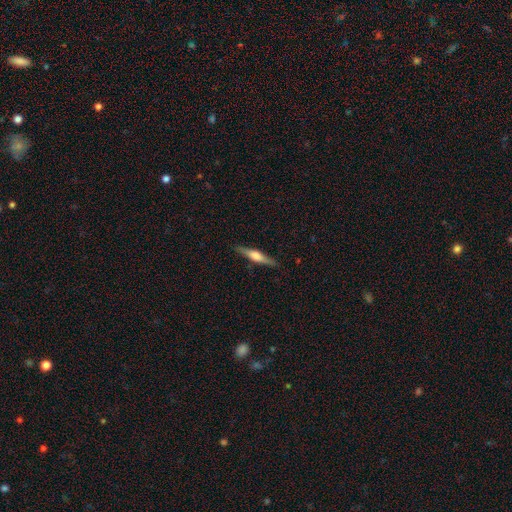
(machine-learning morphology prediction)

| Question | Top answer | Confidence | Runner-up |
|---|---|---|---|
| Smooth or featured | featured or disk | 66% | smooth (28%) |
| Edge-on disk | yes | 97% | no (3%) |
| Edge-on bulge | rounded | 78% | boxy (17%) |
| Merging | none | 90% | minor disturbance (8%) |